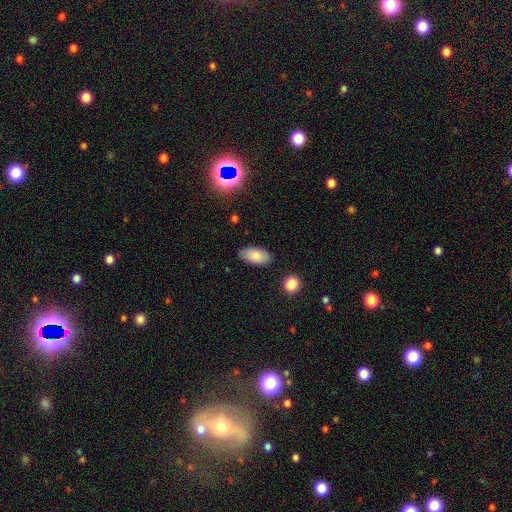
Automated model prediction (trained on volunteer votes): smooth_or_featured: smooth (p=0.82) [alt: featured or disk p=0.11]
how_rounded: in between (p=0.94) [alt: cigar-shaped p=0.04]
merging: none (p=0.84) [alt: minor disturbance p=0.12]